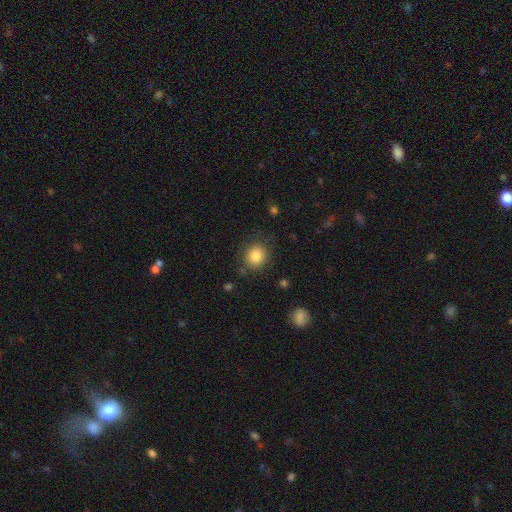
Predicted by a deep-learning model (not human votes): smooth-or-featured: smooth: 83% | star or artifact: 10% | featured or disk: 7%
  how-rounded: round: 80% | in between: 19% | cigar-shaped: 1%
  merging: none: 84% | minor disturbance: 11% | major disturbance: 4% | merger: 2%